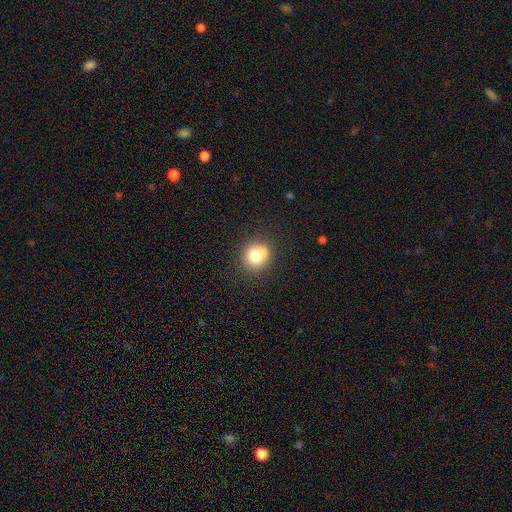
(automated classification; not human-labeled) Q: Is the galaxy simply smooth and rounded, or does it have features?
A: smooth — 69%.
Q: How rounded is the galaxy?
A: round — 84%.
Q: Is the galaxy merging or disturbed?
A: none — 45%, tied with merger.